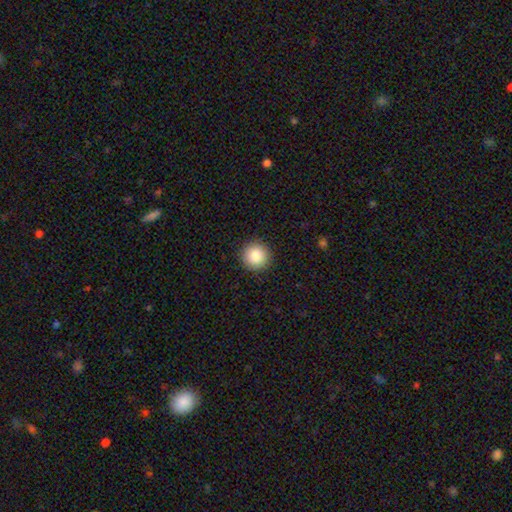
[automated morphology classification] Smooth or featured? smooth (85%)
How rounded? round (96%)
Merging? none (92%)